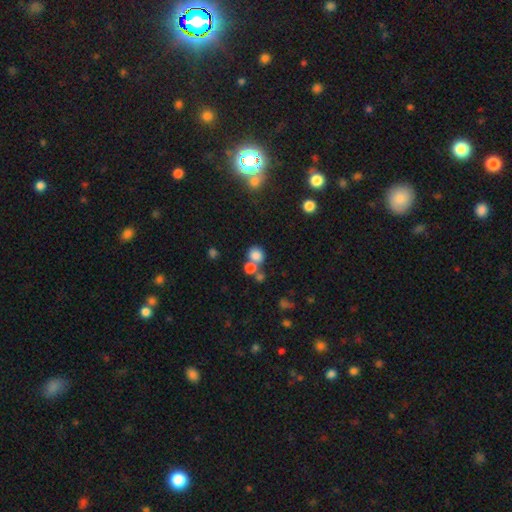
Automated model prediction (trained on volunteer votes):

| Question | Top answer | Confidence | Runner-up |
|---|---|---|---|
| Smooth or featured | smooth | 79% | star or artifact (13%) |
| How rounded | round | 79% | in between (20%) |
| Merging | none | 50% | merger (36%) |